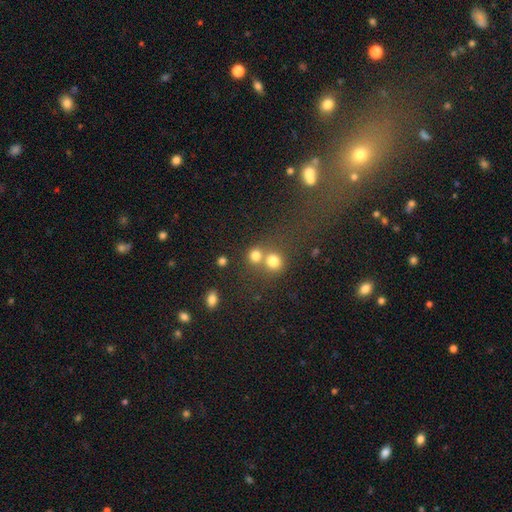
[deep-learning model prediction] Smooth or featured? Predicted: smooth (p=0.77). How rounded? Predicted: round (p=0.84). Merging? Predicted: none (p=0.48).